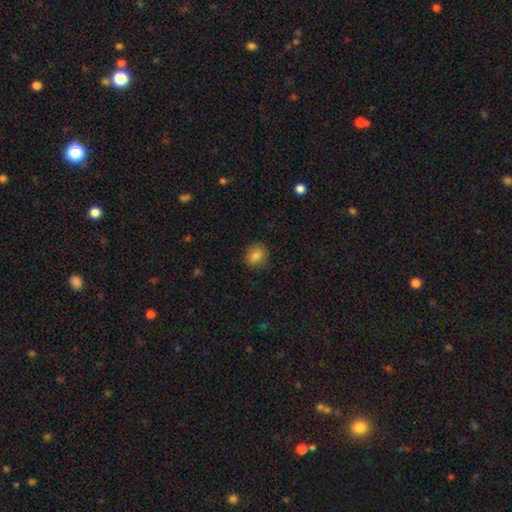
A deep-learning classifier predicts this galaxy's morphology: smooth-or-featured: smooth: 82% | star or artifact: 10% | featured or disk: 8%
  how-rounded: round: 67% | in between: 31% | cigar-shaped: 1%
  merging: none: 84% | minor disturbance: 12% | major disturbance: 3% | merger: 1%